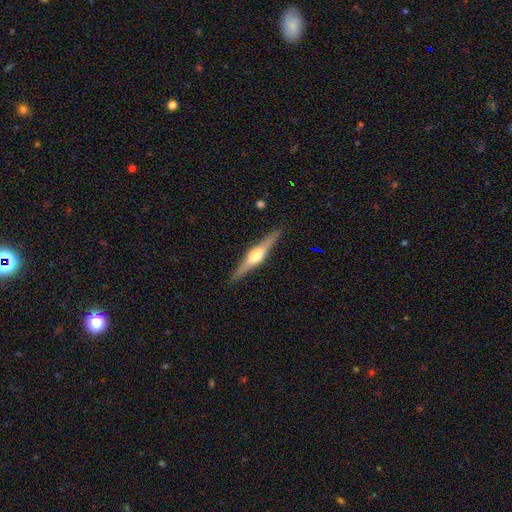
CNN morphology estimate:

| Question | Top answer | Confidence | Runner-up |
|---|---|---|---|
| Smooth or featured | featured or disk | 78% | smooth (17%) |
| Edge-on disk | yes | 98% | no (2%) |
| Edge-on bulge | rounded | 91% | boxy (7%) |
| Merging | none | 90% | minor disturbance (8%) |